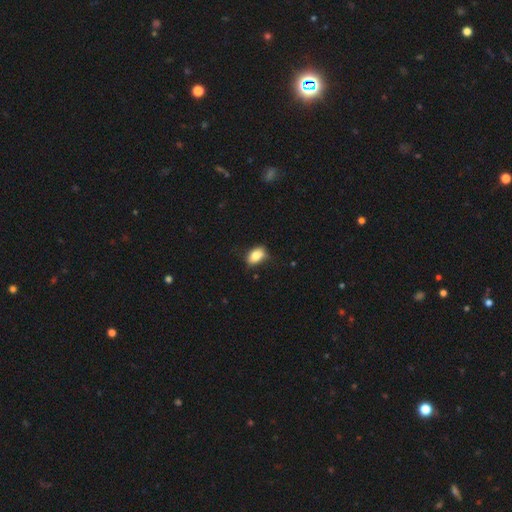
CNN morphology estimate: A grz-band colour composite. It shows a smooth galaxy with no disk features (82%) that is in between round and cigar-shaped (87%). Merging: none (71%).